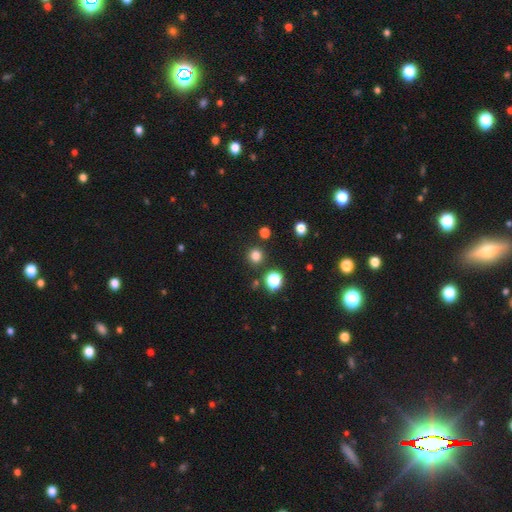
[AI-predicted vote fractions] Smooth or featured? smooth (79%)
How rounded? round (94%)
Merging? none (88%)